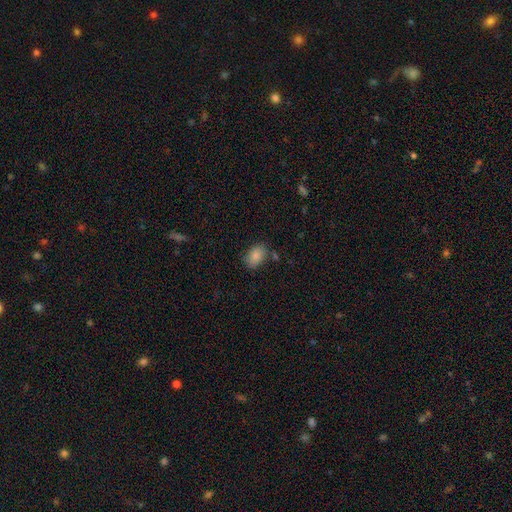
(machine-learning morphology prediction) A smooth galaxy with no disk features (85%) that is in between round and cigar-shaped (84%).

Vote fractions:
- Smooth or featured? smooth: 85% / star or artifact: 8% / featured or disk: 7%
- How rounded? in between: 84% / round: 15% / cigar-shaped: 1%
- Merging? none: 73% / minor disturbance: 17% / merger: 5% / major disturbance: 4%